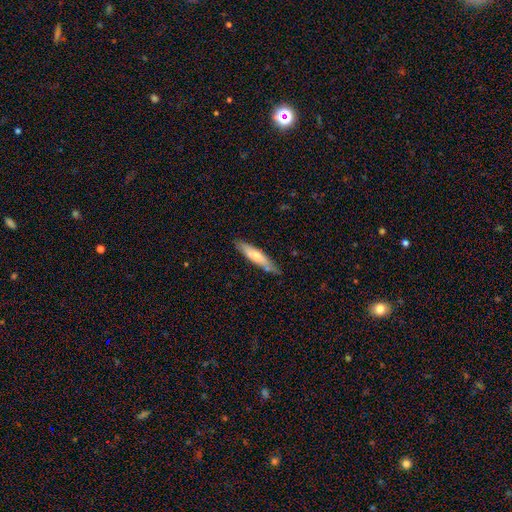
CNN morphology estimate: smooth 61%, featured or disk 33%, star or artifact 5%. Down the decision tree: how rounded — cigar-shaped (83%); merging — none (79%).